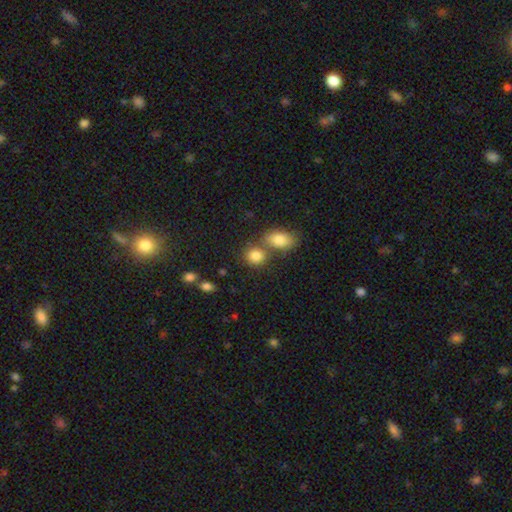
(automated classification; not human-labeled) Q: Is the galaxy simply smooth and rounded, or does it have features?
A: smooth — 83%.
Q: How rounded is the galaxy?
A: round — 66%.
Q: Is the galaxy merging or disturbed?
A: none — 53%.